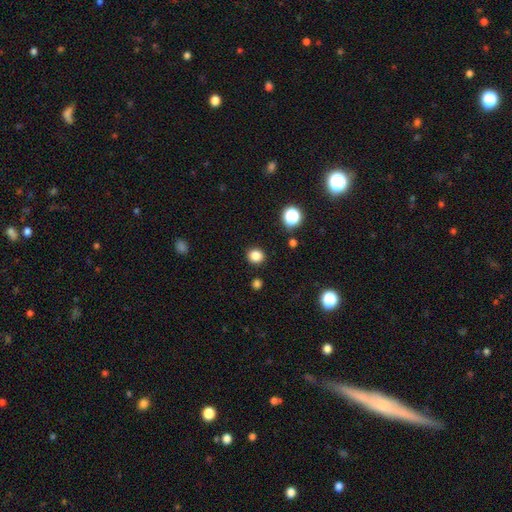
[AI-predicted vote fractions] smooth 84%, star or artifact 13%, featured or disk 4%. Down the decision tree: how rounded — round (84%); merging — none (90%).